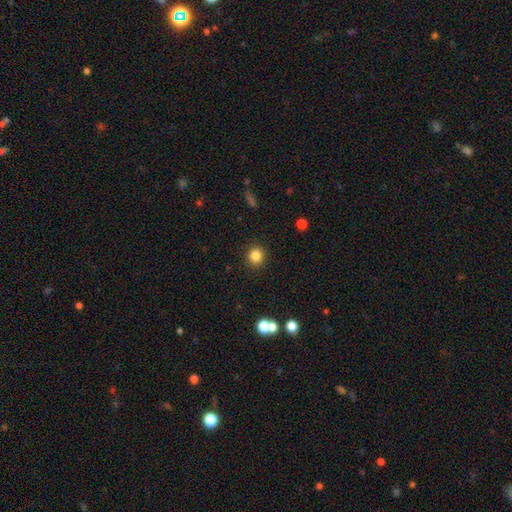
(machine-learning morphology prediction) Smooth or featured: smooth — 83% (star or artifact — 12%)
How rounded: round — 90% (in between — 9%)
Merging: none — 91% (minor disturbance — 6%)